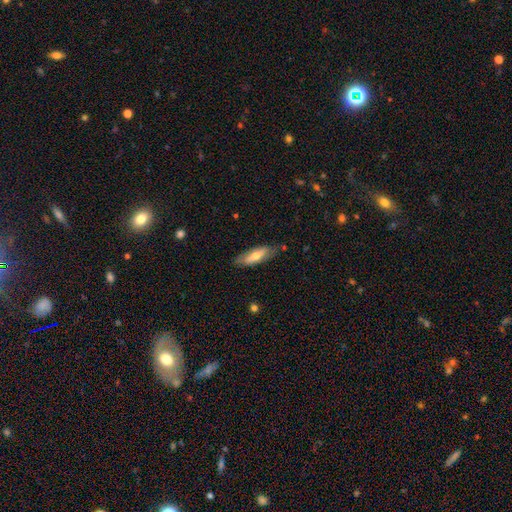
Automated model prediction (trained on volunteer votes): This is possibly a smooth galaxy (51%). How rounded: possibly in between (54%). Merging: likely none (79%).